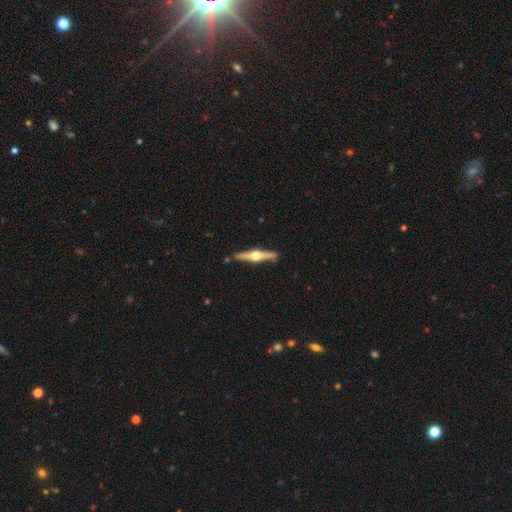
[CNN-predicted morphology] Smooth or featured?
  - featured or disk: 78% *
  - smooth: 18%
  - star or artifact: 4%
Edge-on disk?
  - yes: 98% *
  - no: 2%
Edge-on bulge?
  - rounded: 96% *
  - boxy: 2%
  - none: 2%
Merging?
  - none: 88% *
  - minor disturbance: 9%
  - merger: 2%
  - major disturbance: 2%